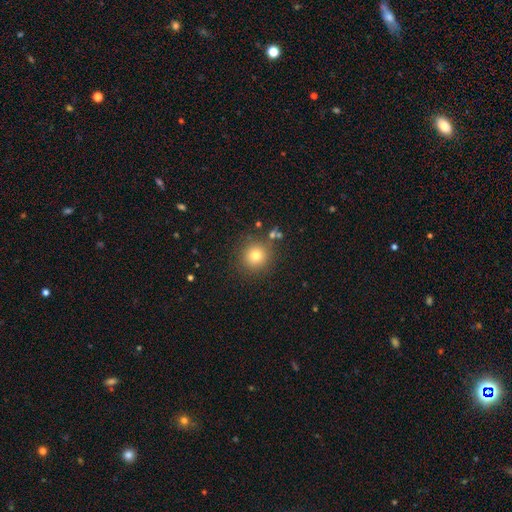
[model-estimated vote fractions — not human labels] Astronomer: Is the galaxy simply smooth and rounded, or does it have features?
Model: smooth — 76%.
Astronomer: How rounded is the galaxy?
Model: round — 93%.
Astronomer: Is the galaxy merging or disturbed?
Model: none — 85%.